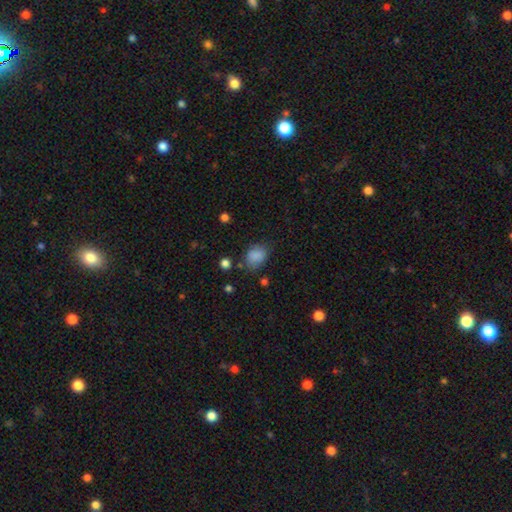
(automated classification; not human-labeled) Smooth or featured?
  - smooth: 84% *
  - star or artifact: 10%
  - featured or disk: 6%
How rounded?
  - in between: 63% *
  - round: 36%
  - cigar-shaped: 1%
Merging?
  - none: 67% *
  - minor disturbance: 23%
  - major disturbance: 7%
  - merger: 3%